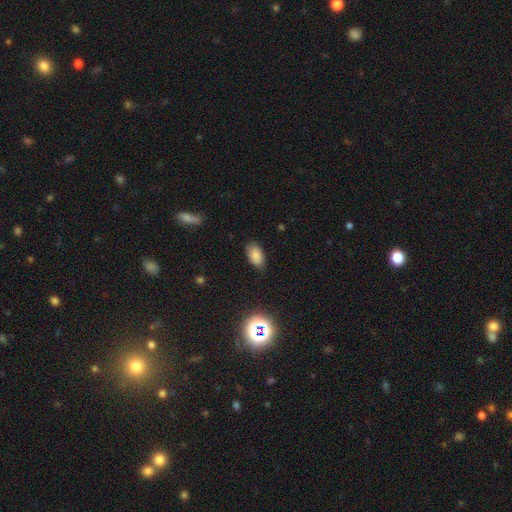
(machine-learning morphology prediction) Smooth or featured? Predicted: smooth (p=0.80). How rounded? Predicted: in between (p=0.93). Merging? Predicted: none (p=0.80).